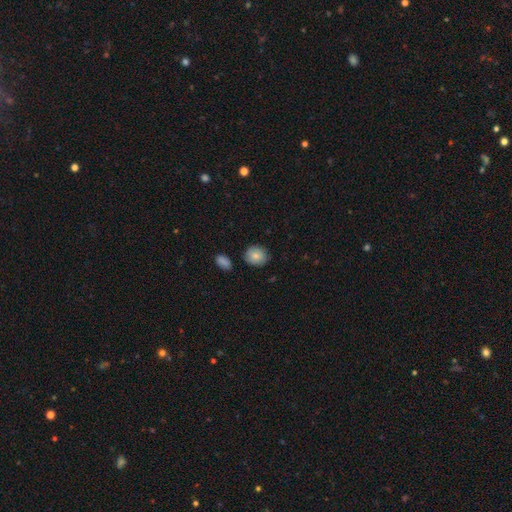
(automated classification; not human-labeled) Morphology: type=smooth (76%); roundness=round (70%); merging=none (79%).